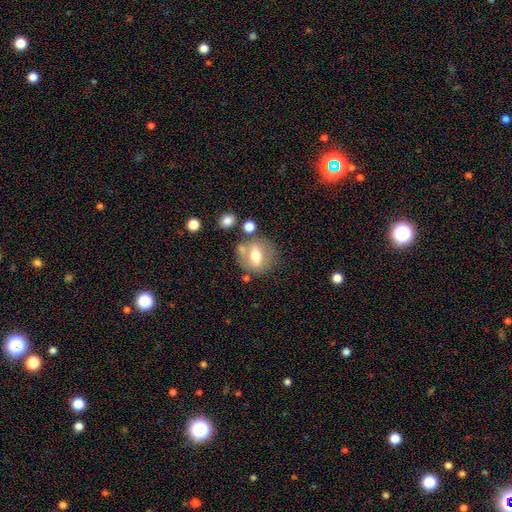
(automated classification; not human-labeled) Smooth or featured? smooth (51%)
How rounded? round (64%)
Merging? none (66%)